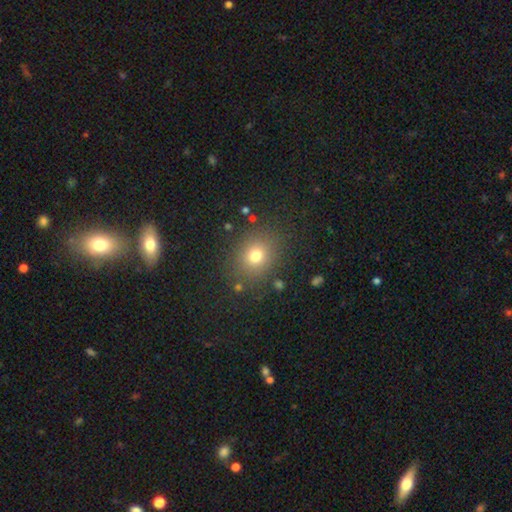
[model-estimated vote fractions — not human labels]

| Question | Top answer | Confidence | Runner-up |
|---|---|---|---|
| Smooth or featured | smooth | 74% | star or artifact (17%) |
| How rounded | round | 66% | in between (33%) |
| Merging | none | 84% | minor disturbance (10%) |